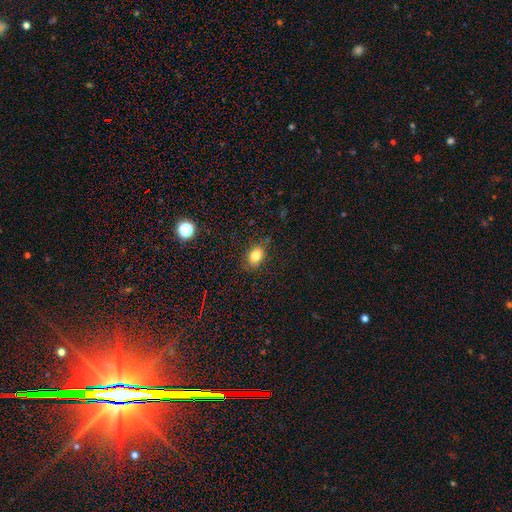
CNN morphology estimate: smooth-or-featured: smooth: 81% | star or artifact: 11% | featured or disk: 8%
  how-rounded: in between: 75% | round: 24% | cigar-shaped: 1%
  merging: none: 82% | minor disturbance: 13% | major disturbance: 3% | merger: 2%